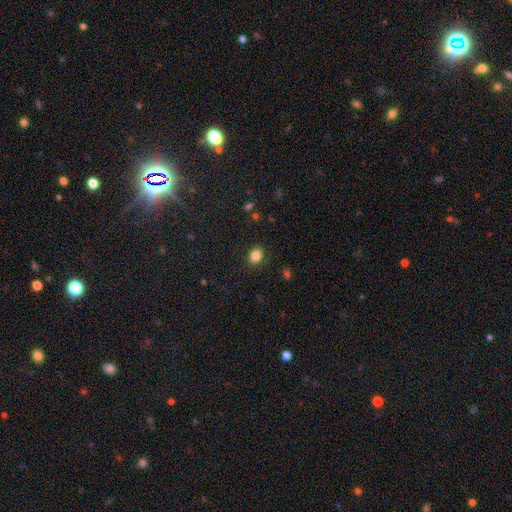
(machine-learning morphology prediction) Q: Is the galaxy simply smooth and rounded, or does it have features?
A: smooth — 85%.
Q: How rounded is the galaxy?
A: in between — 56%.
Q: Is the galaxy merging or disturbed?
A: none — 86%.